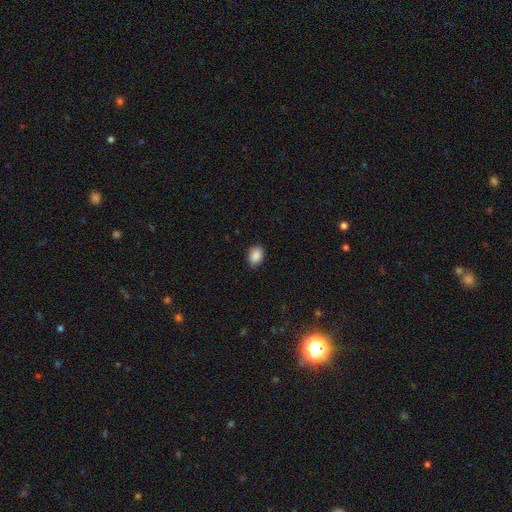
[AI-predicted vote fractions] Smooth or featured? smooth (89%)
How rounded? in between (75%)
Merging? none (87%)